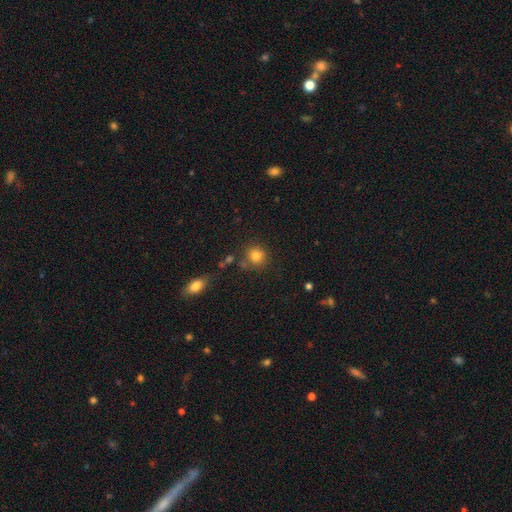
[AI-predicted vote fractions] Smooth or featured? Predicted: smooth (p=0.81). How rounded? Predicted: round (p=0.85). Merging? Predicted: none (p=0.73).